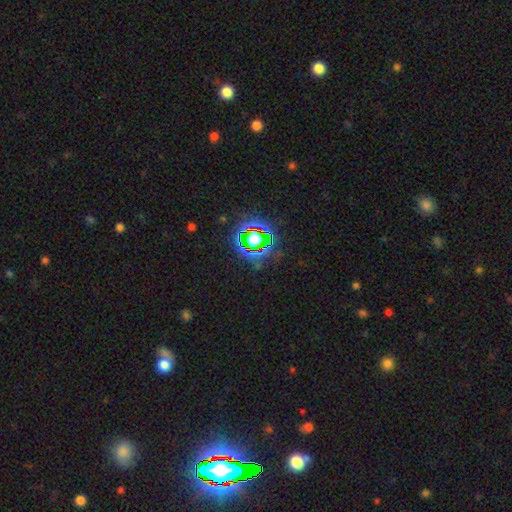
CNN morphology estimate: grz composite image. It shows a star or artifact, not a galaxy (81%).